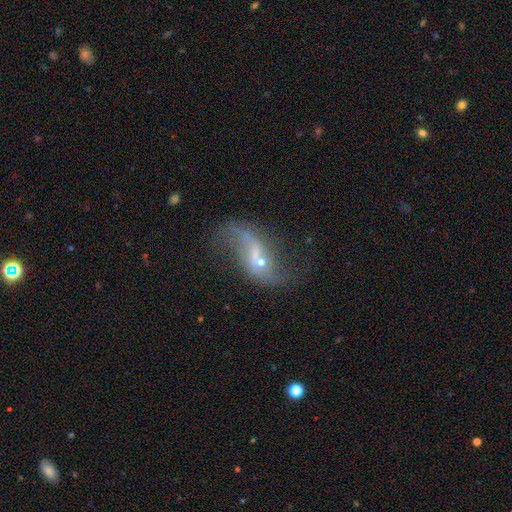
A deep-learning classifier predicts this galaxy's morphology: A featured or disk galaxy (82%) with no bar (42%), 2 (89%) loose (88%) spiral arms (89%) and a small central bulge (62%).

Vote fractions:
- Smooth or featured? featured or disk: 82% / smooth: 10% / star or artifact: 8%
- Edge-on disk? no: 95% / yes: 5%
- Bar? no: 42% / weak: 40% / strong: 19%
- Spiral arms? yes: 89% / no: 11%
- Spiral winding? loose: 88% / medium: 9% / tight: 3%
- Spiral arm count? 2: 89% / 1: 5% / can't tell: 3% / 3: 1% / 4: 1% / more than 4: 1%
- Bulge size? small: 62% / moderate: 29% / none: 5% / large: 2% / dominant: 1%
- Merging? none: 52% / major disturbance: 18% / minor disturbance: 17% / merger: 12%